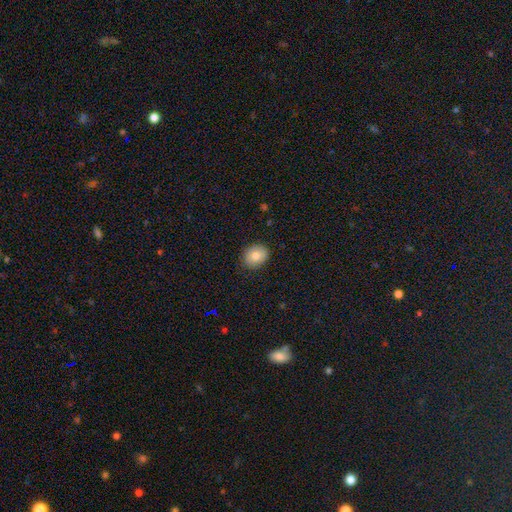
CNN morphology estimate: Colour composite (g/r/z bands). It shows a smooth galaxy with no disk features (81%) that is round (51%). Merging: none (87%).